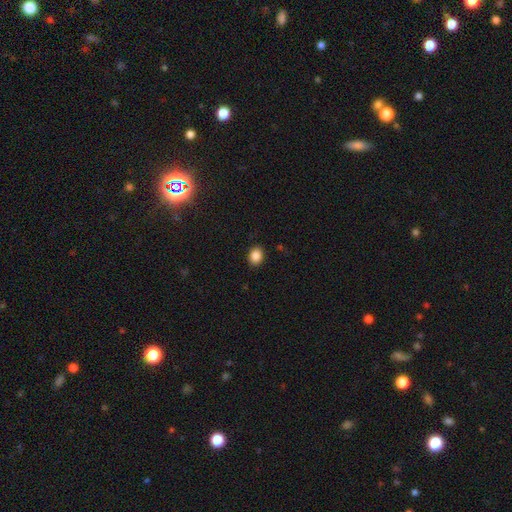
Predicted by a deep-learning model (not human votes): Smooth or featured? Predicted: smooth (p=0.86). How rounded? Predicted: in between (p=0.53). Merging? Predicted: none (p=0.90).